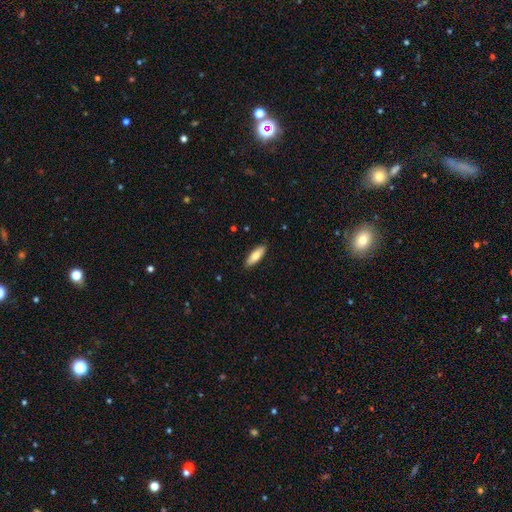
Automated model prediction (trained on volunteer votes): smooth-or-featured: smooth: 80% | featured or disk: 14% | star or artifact: 6%
  how-rounded: in between: 58% | cigar-shaped: 40% | round: 2%
  merging: none: 89% | minor disturbance: 8% | major disturbance: 2% | merger: 1%